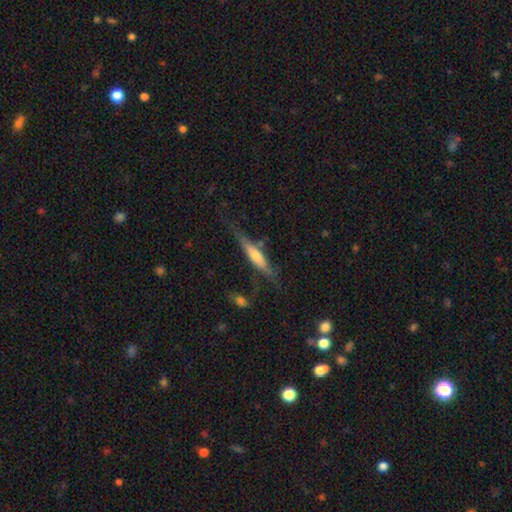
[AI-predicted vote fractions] Smooth or featured? Predicted: featured or disk (p=0.62). Edge-on disk? Predicted: yes (p=0.93). Edge-on bulge? Predicted: rounded (p=0.64). Merging? Predicted: none (p=0.69).